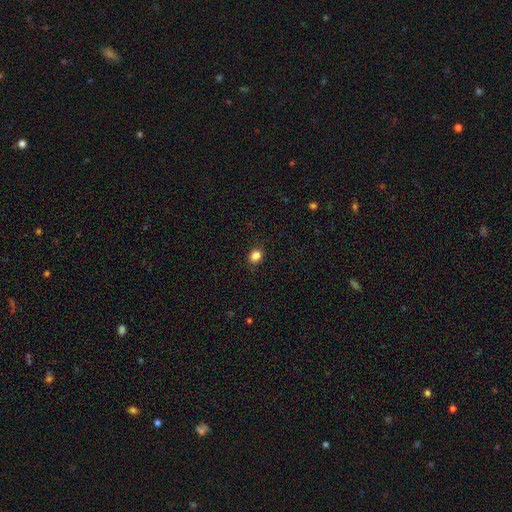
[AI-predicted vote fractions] Smooth or featured?
  - smooth: 84% *
  - star or artifact: 11%
  - featured or disk: 4%
How rounded?
  - round: 67% *
  - in between: 32%
  - cigar-shaped: 1%
Merging?
  - none: 89% *
  - minor disturbance: 8%
  - major disturbance: 2%
  - merger: 1%